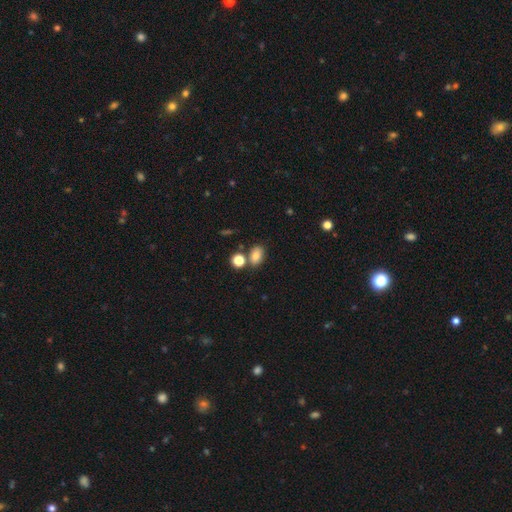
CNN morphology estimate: This appears to be a smooth galaxy with no disk features (80%) that is in between round and cigar-shaped (78%). Merging: none (68%).